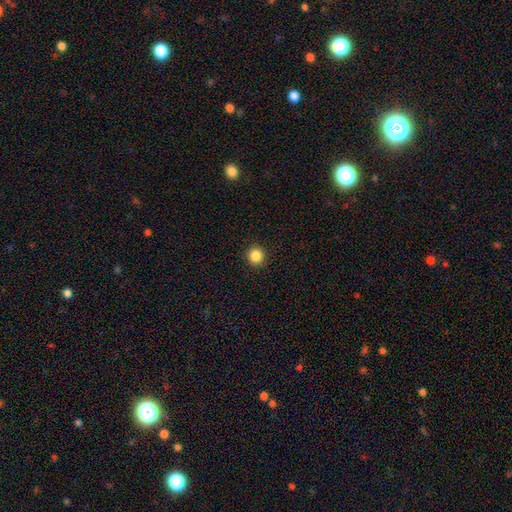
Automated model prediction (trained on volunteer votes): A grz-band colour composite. It shows a smooth galaxy with no disk features (86%) that is round (91%). Merging: none (93%).